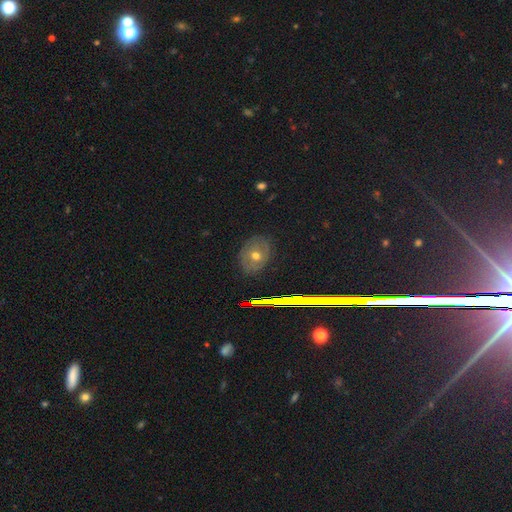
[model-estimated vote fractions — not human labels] smooth 42%, featured or disk 38%, star or artifact 20%. Down the decision tree: merging — none (83%).